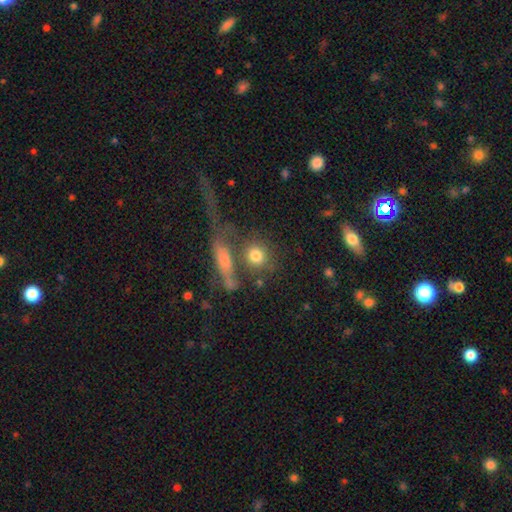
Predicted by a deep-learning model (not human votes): Overall: smooth (74%). How rounded: round (77%). Merging: none (55%; merger 23%).